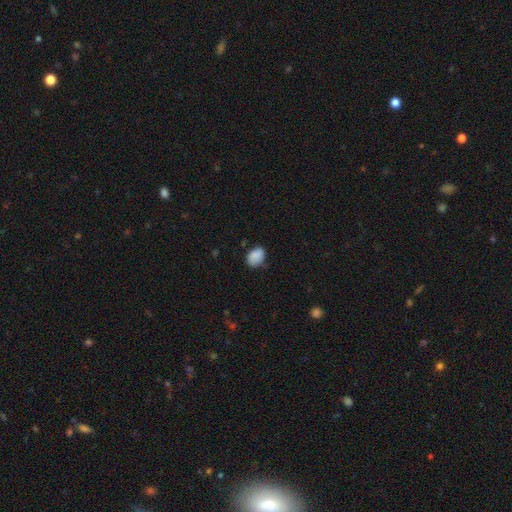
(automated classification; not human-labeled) Smooth or featured: smooth — 86% (star or artifact — 8%)
How rounded: in between — 73% (round — 26%)
Merging: none — 69% (minor disturbance — 25%)